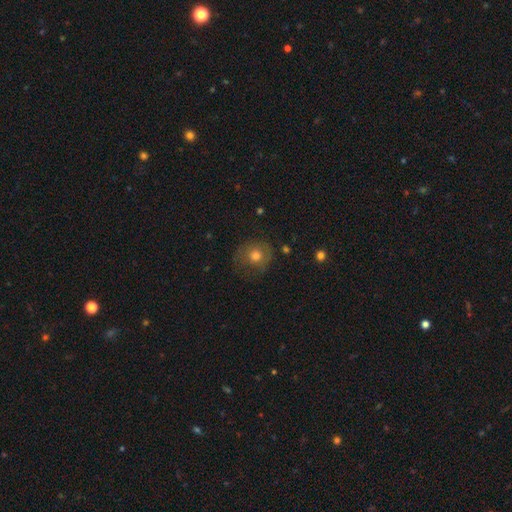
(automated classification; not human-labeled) Morphology: type=smooth (64%); roundness=round (84%); merging=none (71%).